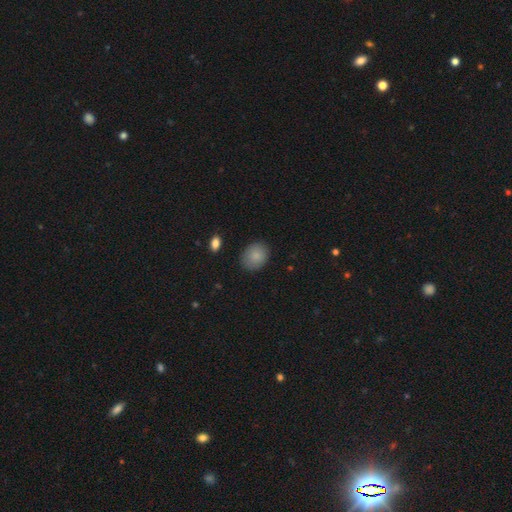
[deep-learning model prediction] Smooth or featured: smooth — 87% (star or artifact — 7%)
How rounded: in between — 54% (round — 45%)
Merging: none — 84% (minor disturbance — 12%)